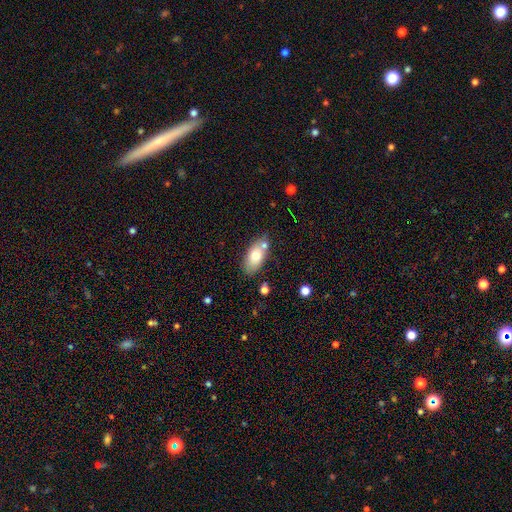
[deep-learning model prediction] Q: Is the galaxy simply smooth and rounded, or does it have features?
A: smooth — 74%.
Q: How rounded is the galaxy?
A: in between — 89%.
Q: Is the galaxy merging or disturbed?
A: none — 67%.